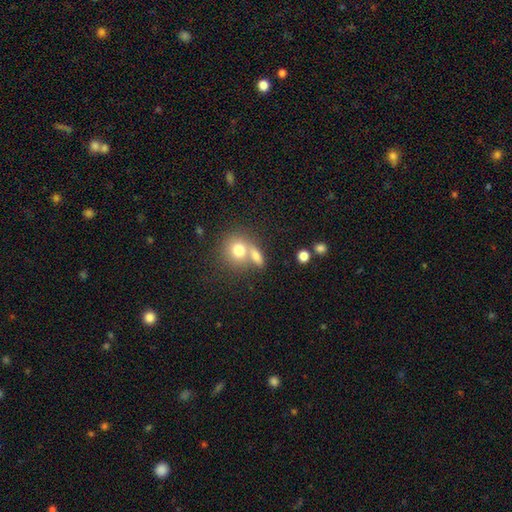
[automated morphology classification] A smooth galaxy with no disk features (75%) that is round (46%, tied with in between).

Vote fractions:
- Smooth or featured? smooth: 75% / featured or disk: 15% / star or artifact: 10%
- How rounded? round: 46% (tied) / in between: 46% (tied) / cigar-shaped: 9%
- Merging? merger: 44% / none: 42% / minor disturbance: 9% / major disturbance: 5%